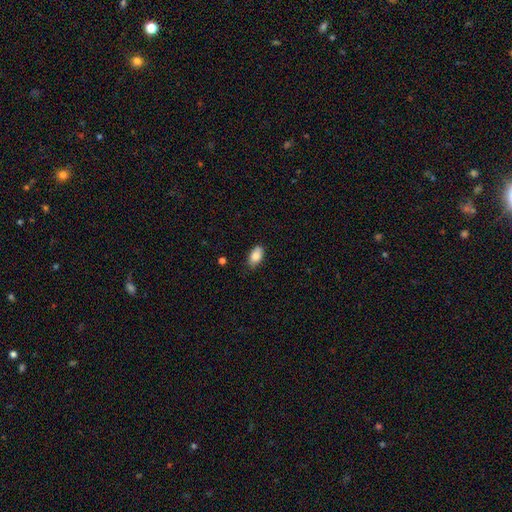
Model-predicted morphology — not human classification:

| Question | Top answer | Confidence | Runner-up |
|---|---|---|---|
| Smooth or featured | smooth | 84% | featured or disk (9%) |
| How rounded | in between | 92% | round (6%) |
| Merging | none | 76% | minor disturbance (20%) |